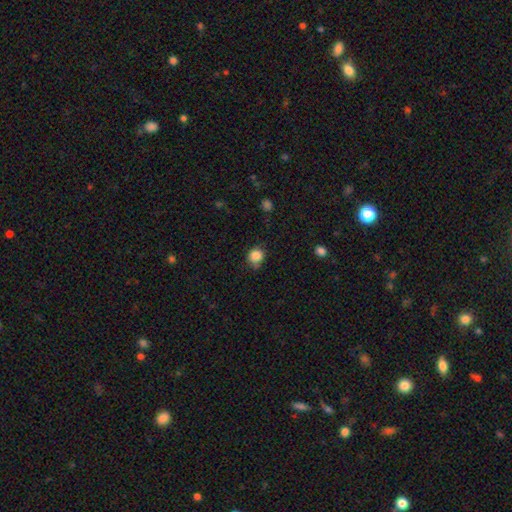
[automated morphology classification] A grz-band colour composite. It shows a smooth galaxy with no disk features (85%) that is round (86%). Merging: none (69%).